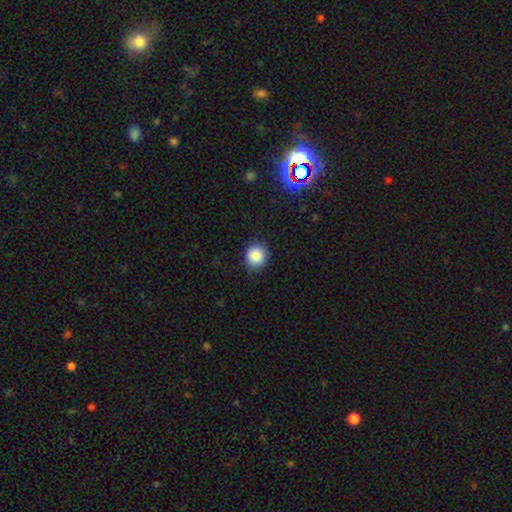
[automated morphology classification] type=smooth (87%); roundness=round (90%); merging=none (88%).